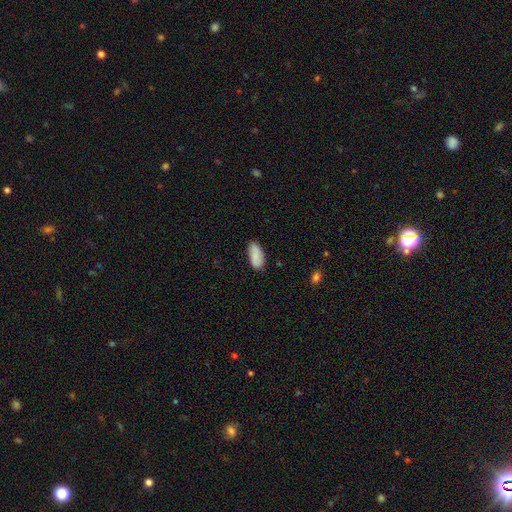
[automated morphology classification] Overall: smooth (87%). How rounded: in between (91%). Merging: none (77%).